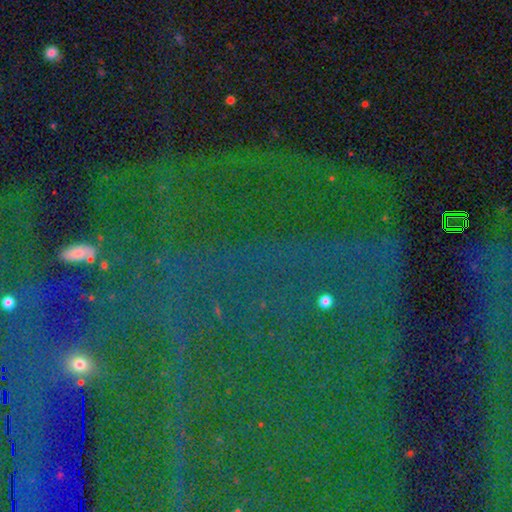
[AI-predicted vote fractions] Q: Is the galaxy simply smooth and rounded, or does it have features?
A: star or artifact — 85%.